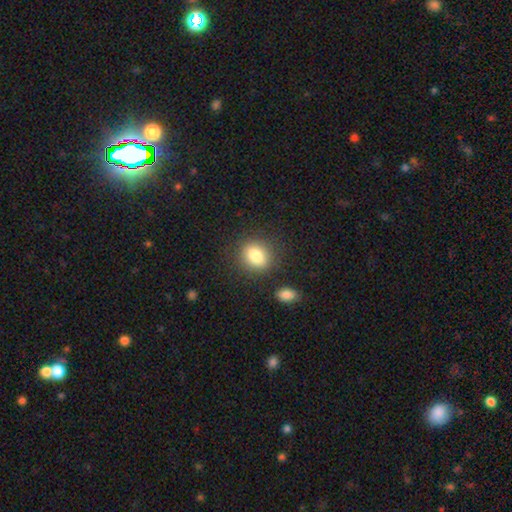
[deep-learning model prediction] A smooth galaxy with no disk features (84%) that is round (57%).

Vote fractions:
- Smooth or featured? smooth: 84% / star or artifact: 9% / featured or disk: 7%
- How rounded? round: 57% / in between: 42% / cigar-shaped: 1%
- Merging? none: 82% / minor disturbance: 10% / merger: 4% / major disturbance: 3%